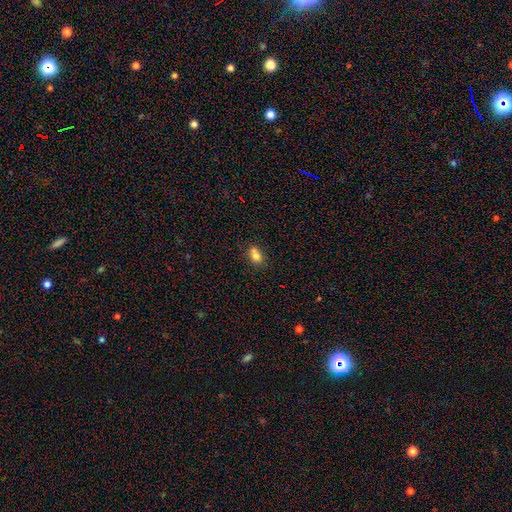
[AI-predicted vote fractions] This is likely a smooth galaxy (77%). How rounded: likely in between (64%). Merging: possibly none (50%).